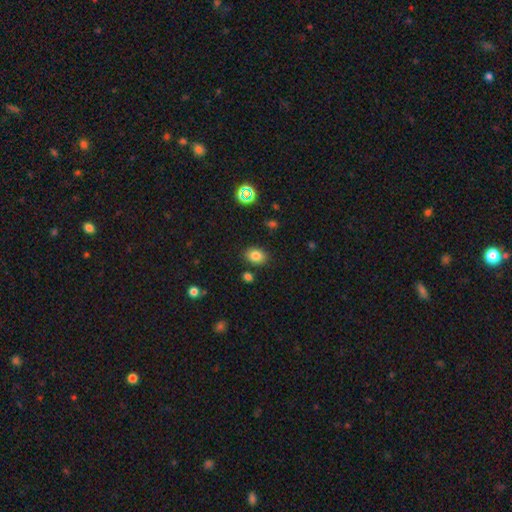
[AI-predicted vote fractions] The model was most divided on "how rounded": in between: 72%, round: 27%, cigar-shaped: 1%. More confident: merging — none (84%); smooth or featured — smooth (81%).